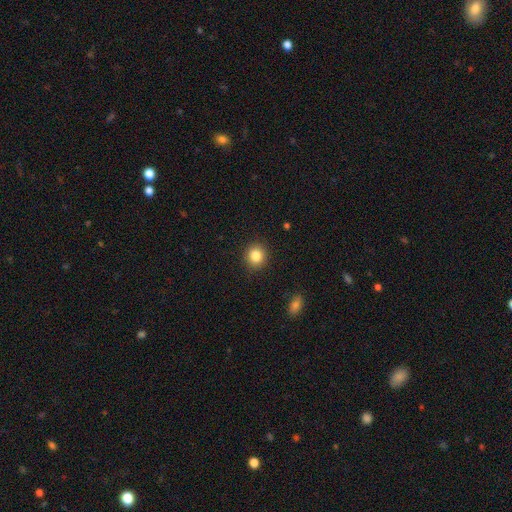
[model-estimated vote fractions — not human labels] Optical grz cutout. It shows a smooth galaxy with no disk features (85%) that is round (86%). Merging: none (90%).